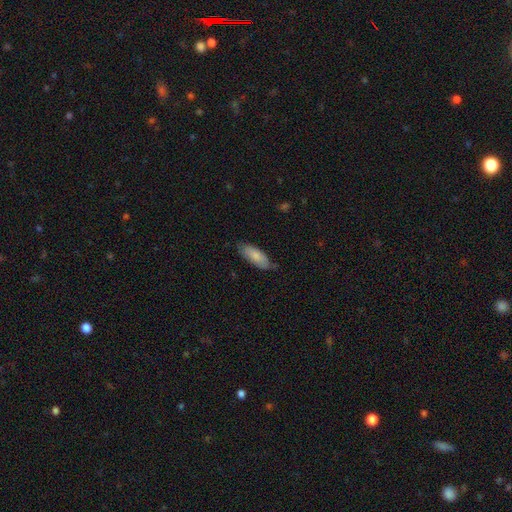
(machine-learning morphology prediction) A smooth galaxy with no disk features (80%) that is in between round and cigar-shaped (76%).

Vote fractions:
- Smooth or featured? smooth: 80% / featured or disk: 15% / star or artifact: 5%
- How rounded? in between: 76% / cigar-shaped: 22% / round: 2%
- Merging? none: 67% / minor disturbance: 27% / major disturbance: 4% / merger: 2%